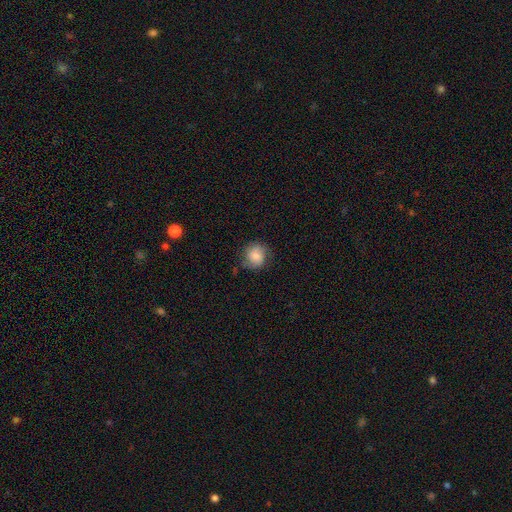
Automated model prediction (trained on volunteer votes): The model was most divided on "smooth or featured": smooth: 70%, featured or disk: 21%, star or artifact: 9%. More confident: how rounded — round (82%); merging — none (71%).